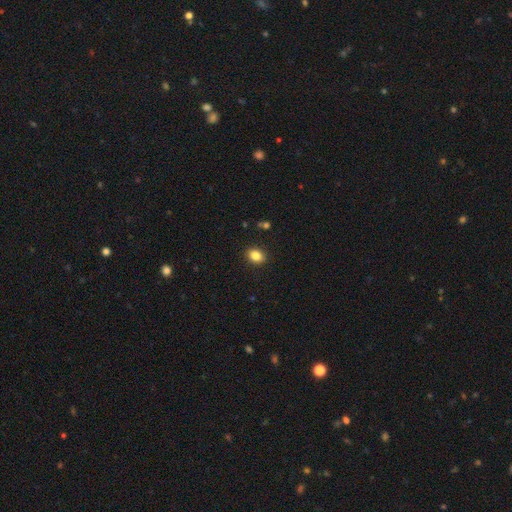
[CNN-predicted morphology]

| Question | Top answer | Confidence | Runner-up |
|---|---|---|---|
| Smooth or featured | smooth | 85% | star or artifact (10%) |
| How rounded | in between | 64% | round (34%) |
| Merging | none | 90% | minor disturbance (7%) |